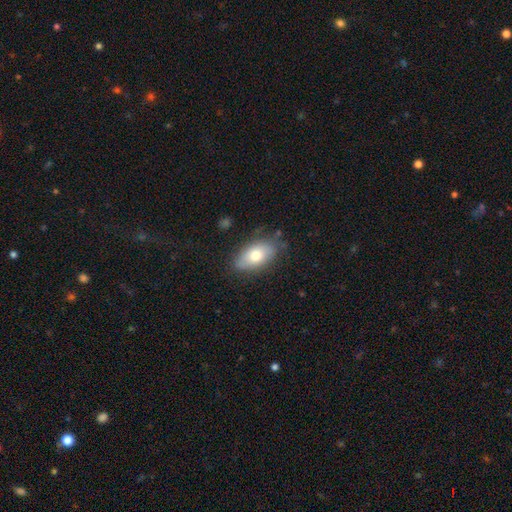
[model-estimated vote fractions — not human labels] Smooth or featured: smooth — 72% (featured or disk — 21%)
How rounded: in between — 91% (round — 5%)
Merging: none — 76% (minor disturbance — 18%)